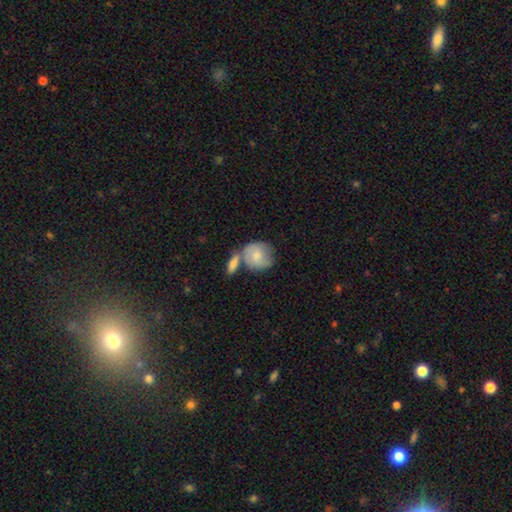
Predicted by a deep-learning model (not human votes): Smooth or featured: smooth — 71% (featured or disk — 23%)
How rounded: round — 78% (in between — 20%)
Merging: none — 42% (merger — 36%)